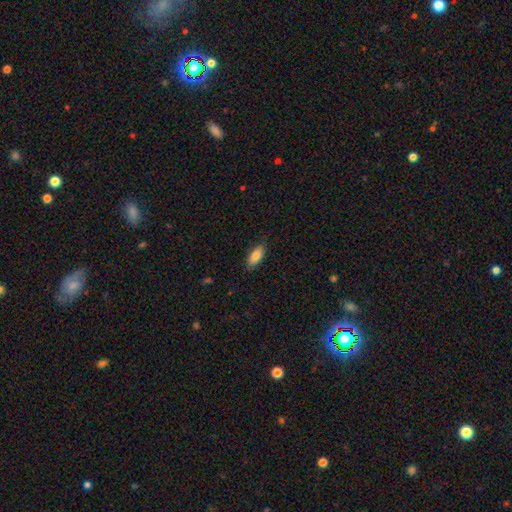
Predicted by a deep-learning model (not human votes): Q: Smooth or featured?
A: smooth (82%); runner-up: featured or disk (11%)
Q: How rounded?
A: in between (81%); runner-up: cigar-shaped (16%)
Q: Merging?
A: none (82%); runner-up: minor disturbance (15%)